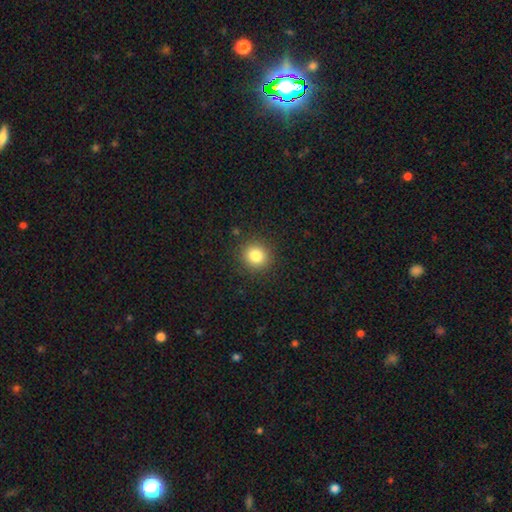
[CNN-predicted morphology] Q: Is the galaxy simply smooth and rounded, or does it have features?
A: smooth — 83%.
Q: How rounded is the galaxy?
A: round — 89%.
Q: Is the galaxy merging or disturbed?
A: none — 90%.